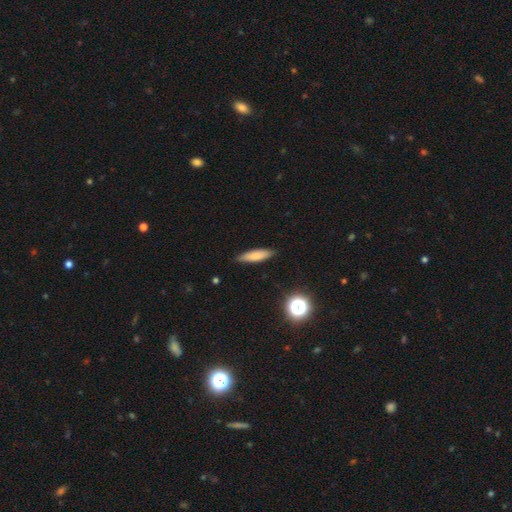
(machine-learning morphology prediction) Smooth or featured? Predicted: smooth (p=0.78). How rounded? Predicted: cigar-shaped (p=0.68). Merging? Predicted: none (p=0.85).